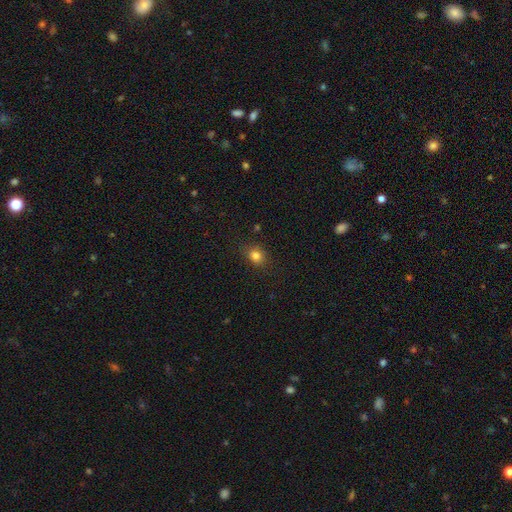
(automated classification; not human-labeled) Q: Smooth or featured?
A: smooth (81%); runner-up: star or artifact (13%)
Q: How rounded?
A: round (63%); runner-up: in between (36%)
Q: Merging?
A: none (84%); runner-up: minor disturbance (12%)